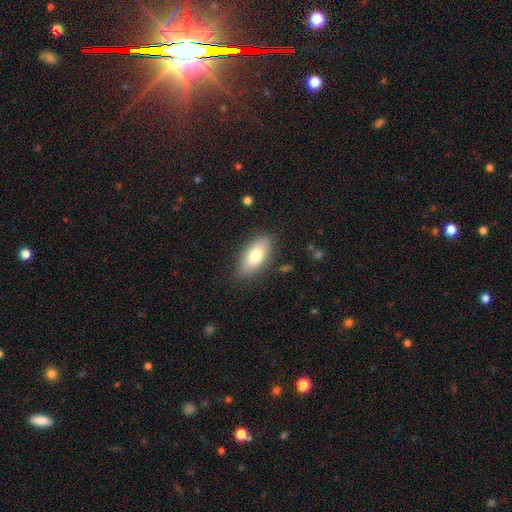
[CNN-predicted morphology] Smooth or featured?
  - smooth: 74% *
  - featured or disk: 19%
  - star or artifact: 7%
How rounded?
  - in between: 88% *
  - cigar-shaped: 8%
  - round: 4%
Merging?
  - none: 80% *
  - minor disturbance: 15%
  - major disturbance: 3%
  - merger: 1%